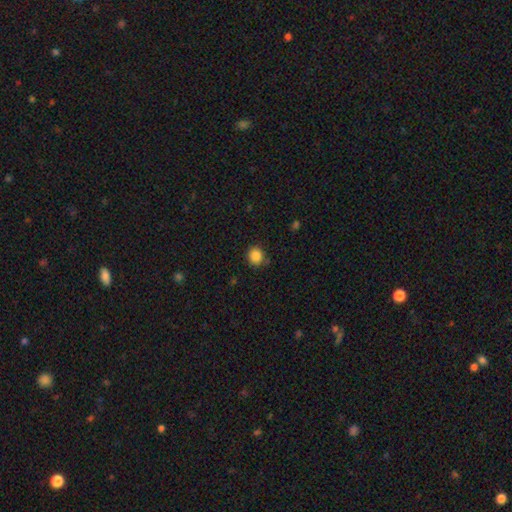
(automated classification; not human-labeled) A smooth galaxy with no disk features (86%) that is round (85%). Merging: none (84%).